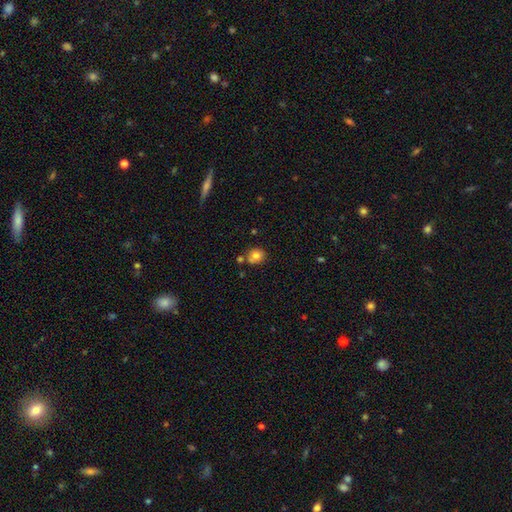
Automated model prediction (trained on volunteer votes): Overall: smooth (78%). How rounded: round (82%). Merging: none (68%).